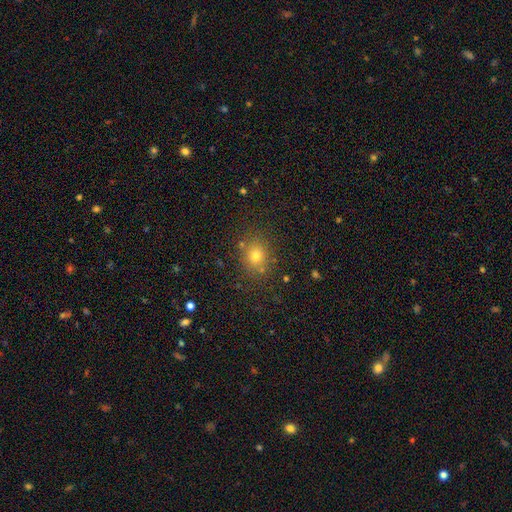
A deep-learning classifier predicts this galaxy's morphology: Q: Smooth or featured?
A: smooth (72%); runner-up: star or artifact (19%)
Q: How rounded?
A: round (72%); runner-up: in between (27%)
Q: Merging?
A: none (81%); runner-up: minor disturbance (11%)